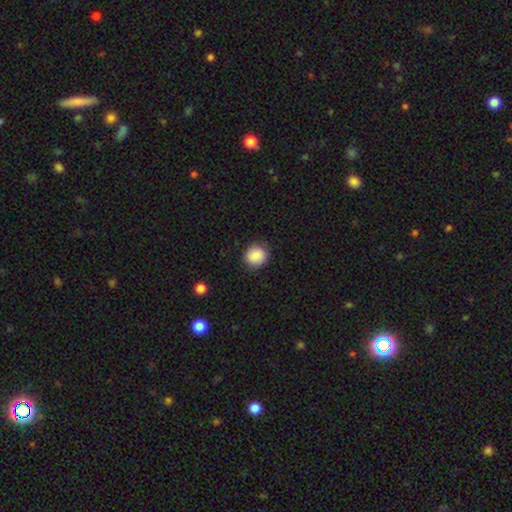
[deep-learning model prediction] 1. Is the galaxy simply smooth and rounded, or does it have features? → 88% smooth, 8% star or artifact, 4% featured or disk.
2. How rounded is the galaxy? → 84% round, 15% in between, 1% cigar-shaped.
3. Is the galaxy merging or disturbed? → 87% none, 10% minor disturbance, 3% major disturbance, 1% merger.